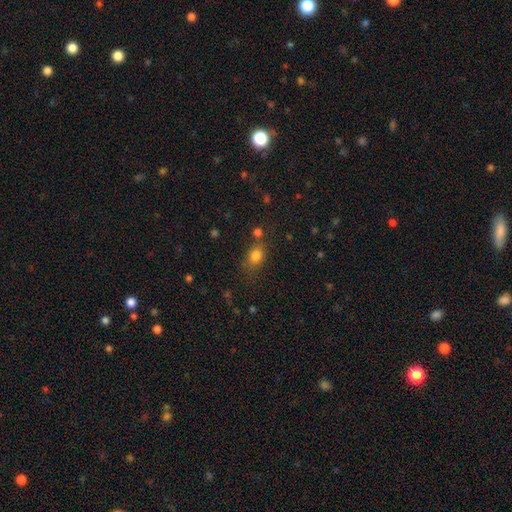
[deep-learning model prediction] The model was most divided on "how rounded": in between: 63%, round: 34%, cigar-shaped: 2%. More confident: smooth or featured — smooth (80%); merging — none (65%).